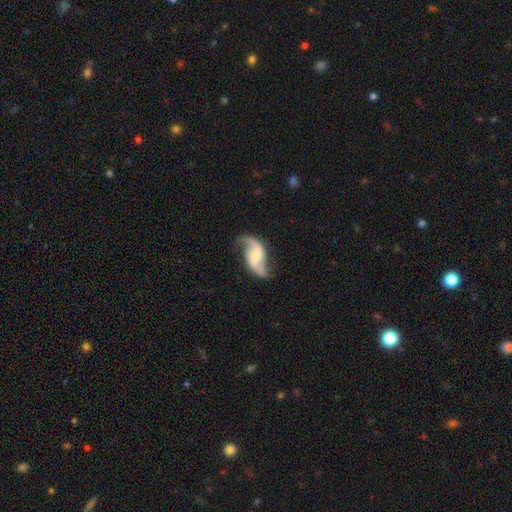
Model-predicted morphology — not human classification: Overall: featured or disk (87%). Edge-on disk: no (97%). Bar: weak (44%; no 34%). Spiral arms: yes (96%). Spiral arm count: 2 (92%). Spiral winding: loose (78%). Bulge size: small (38%; moderate 32%). Merging: none (74%).